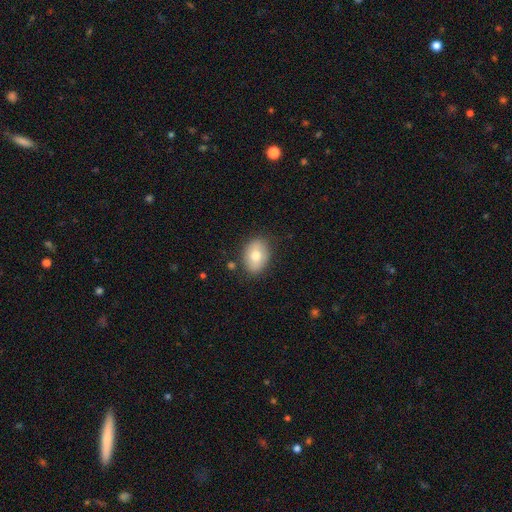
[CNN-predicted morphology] A smooth galaxy with no disk features (73%) that is in between round and cigar-shaped (78%). Merging: none (82%).